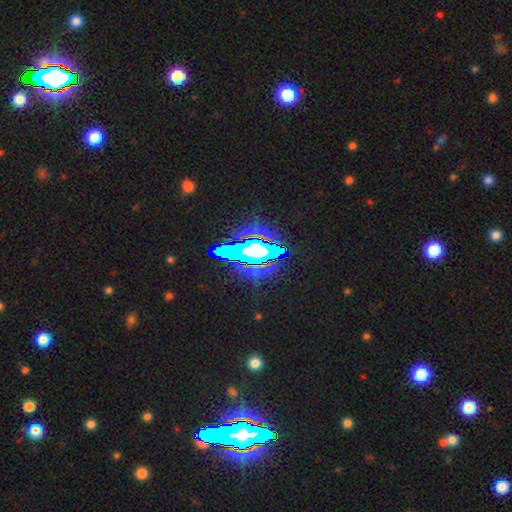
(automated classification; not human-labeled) Morphology: type=star or artifact (63%).